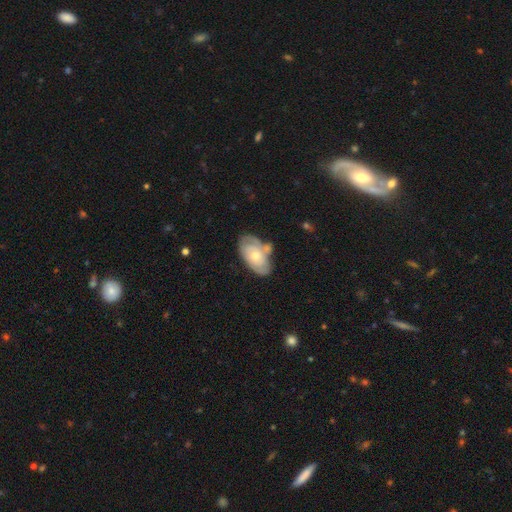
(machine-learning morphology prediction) Smooth or featured: featured or disk — 51% (smooth — 44%)
Edge-on disk: no — 93% (yes — 7%)
Merging: none — 47% (minor disturbance — 24%)